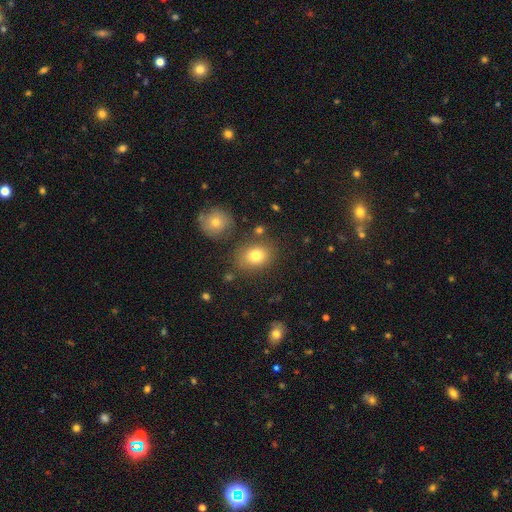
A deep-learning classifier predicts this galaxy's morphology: Smooth or featured?
  - smooth: 77% *
  - star or artifact: 12%
  - featured or disk: 11%
How rounded?
  - in between: 52% *
  - round: 47%
  - cigar-shaped: 1%
Merging?
  - none: 77% *
  - minor disturbance: 12%
  - merger: 7%
  - major disturbance: 4%